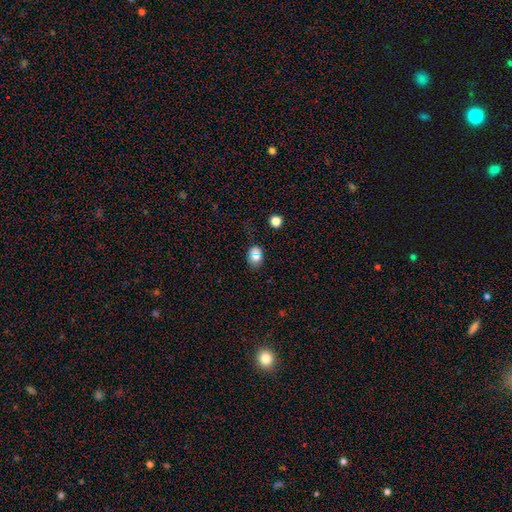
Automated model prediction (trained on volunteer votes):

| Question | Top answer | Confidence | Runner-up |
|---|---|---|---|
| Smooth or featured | smooth | 77% | star or artifact (12%) |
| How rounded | in between | 59% | round (40%) |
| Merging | none | 69% | minor disturbance (17%) |